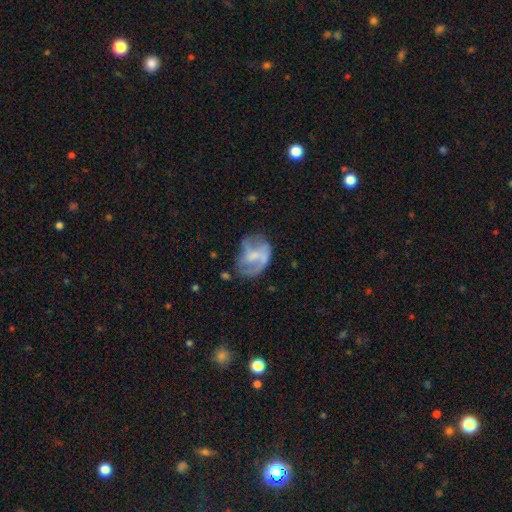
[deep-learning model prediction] This is likely a featured or disk galaxy (61%). It is clearly not viewed edge-on (97%). Bar: possibly no (46%). Spiral arm pattern: likely yes (60%). Central bulge: marginally none (37%). Merging: marginally none (43%).